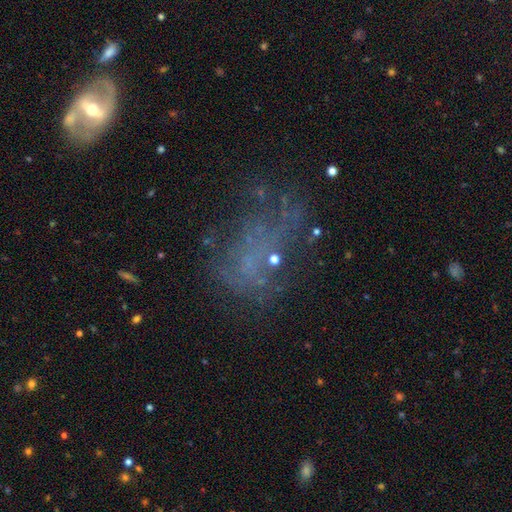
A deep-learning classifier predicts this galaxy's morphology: Q: Smooth or featured?
A: featured or disk (45%); runner-up: star or artifact (29%)
Q: Merging?
A: none (39%); runner-up: major disturbance (33%)